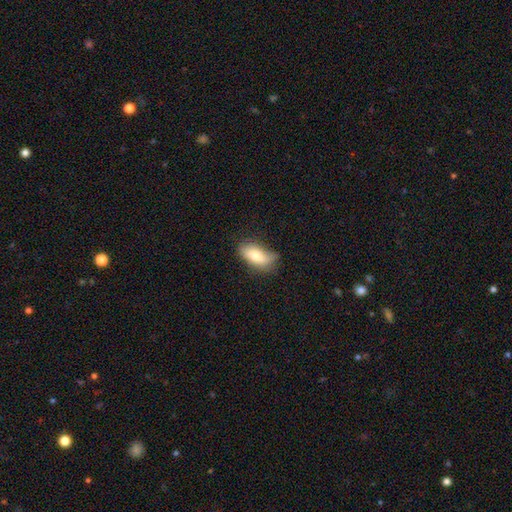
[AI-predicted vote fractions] Smooth or featured? Predicted: smooth (p=0.76). How rounded? Predicted: in between (p=0.86). Merging? Predicted: none (p=0.59).